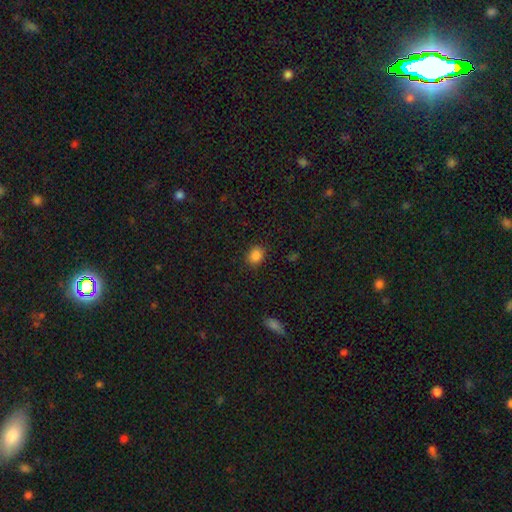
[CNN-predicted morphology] Overall: smooth (85%). How rounded: round (63%; in between 36%). Merging: none (88%).